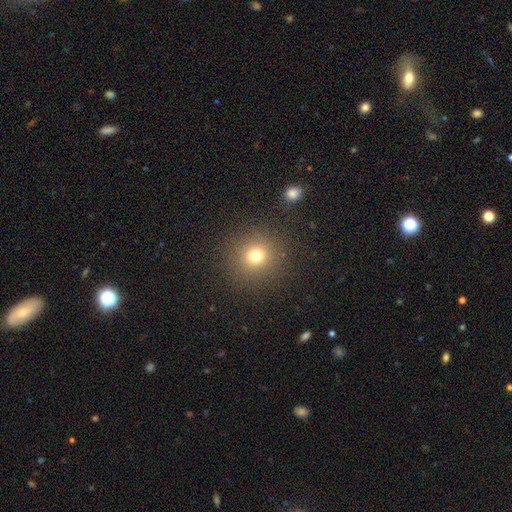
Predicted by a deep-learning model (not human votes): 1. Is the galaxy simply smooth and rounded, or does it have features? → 73% smooth, 18% star or artifact, 9% featured or disk.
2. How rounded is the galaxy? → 93% round, 6% in between, 1% cigar-shaped.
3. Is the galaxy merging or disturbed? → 89% none, 6% minor disturbance, 3% major disturbance, 2% merger.